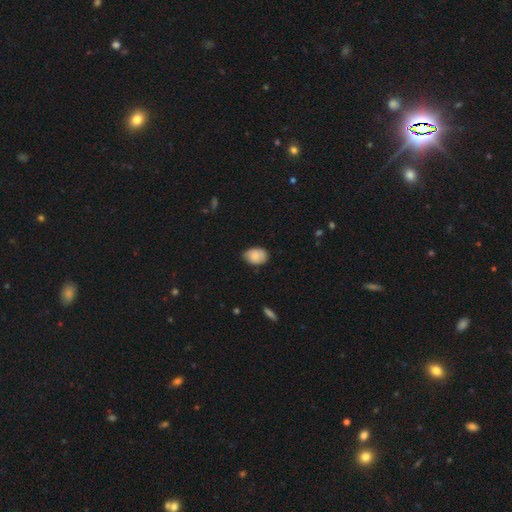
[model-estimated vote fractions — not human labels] smooth-or-featured: smooth: 83% | featured or disk: 10% | star or artifact: 7%
  how-rounded: in between: 79% | round: 20% | cigar-shaped: 1%
  merging: none: 68% | minor disturbance: 27% | major disturbance: 4% | merger: 1%